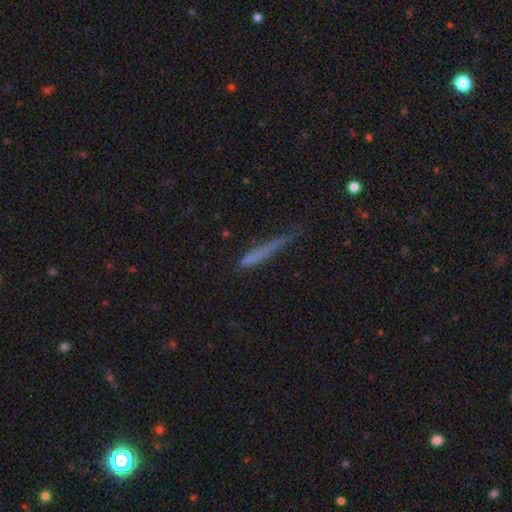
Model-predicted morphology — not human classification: Q: Smooth or featured?
A: smooth (64%); runner-up: featured or disk (25%)
Q: How rounded?
A: cigar-shaped (93%); runner-up: in between (5%)
Q: Merging?
A: none (58%); runner-up: minor disturbance (27%)